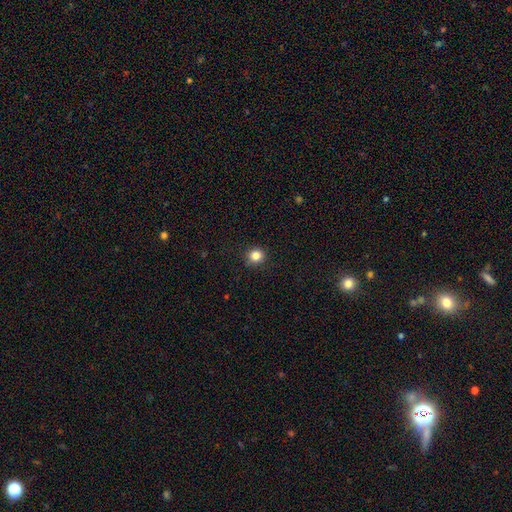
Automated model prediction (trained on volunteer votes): A smooth galaxy with no disk features (84%) that is round (91%).

Vote fractions:
- Smooth or featured? smooth: 84% / star or artifact: 12% / featured or disk: 5%
- How rounded? round: 91% / in between: 8% / cigar-shaped: 1%
- Merging? none: 91% / minor disturbance: 6% / major disturbance: 2% / merger: 1%